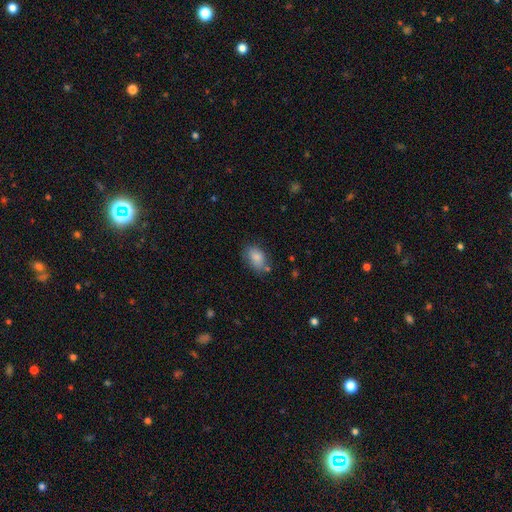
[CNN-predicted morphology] Overall: smooth (81%). How rounded: in between (83%). Merging: none (67%).